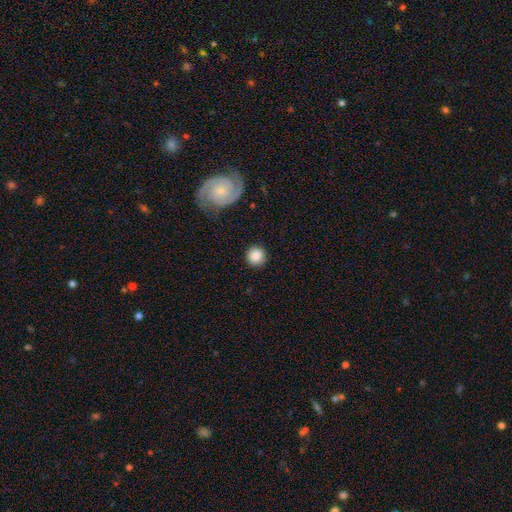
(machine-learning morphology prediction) Smooth or featured? Predicted: smooth (p=0.85). How rounded? Predicted: round (p=0.94). Merging? Predicted: none (p=0.90).